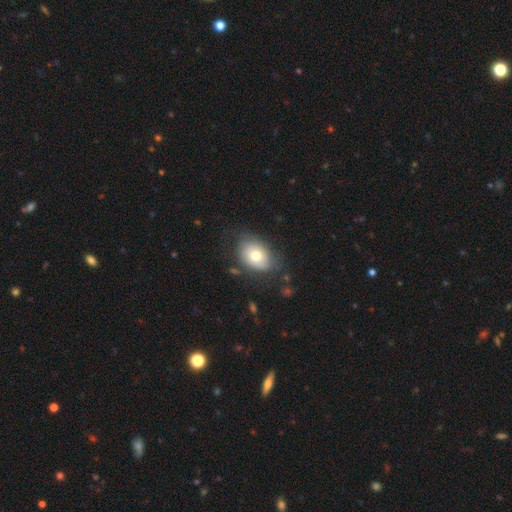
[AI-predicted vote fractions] smooth-or-featured: smooth: 71% | featured or disk: 21% | star or artifact: 8%
  how-rounded: in between: 73% | round: 26% | cigar-shaped: 1%
  merging: none: 67% | minor disturbance: 23% | major disturbance: 8% | merger: 2%